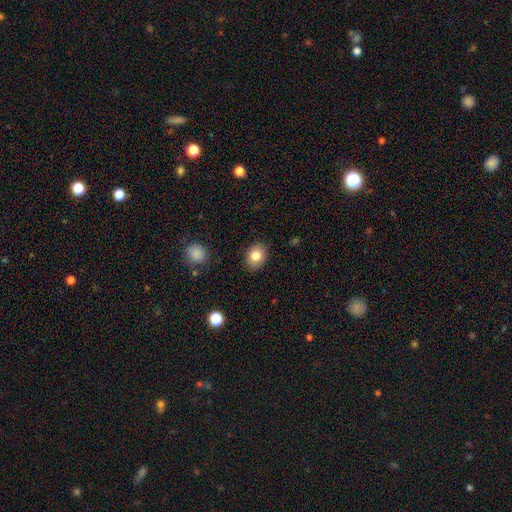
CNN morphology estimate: This is clearly a smooth galaxy (83%). How rounded: likely in between (65%). Merging: clearly none (87%).